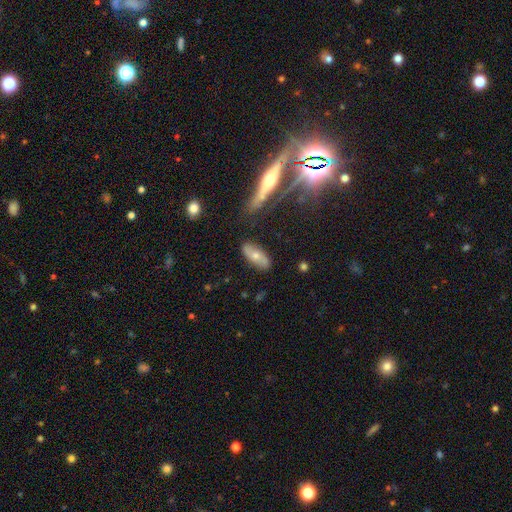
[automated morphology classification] Q: Smooth or featured?
A: smooth (58%); runner-up: featured or disk (34%)
Q: How rounded?
A: in between (78%); runner-up: cigar-shaped (19%)
Q: Merging?
A: none (82%); runner-up: minor disturbance (12%)